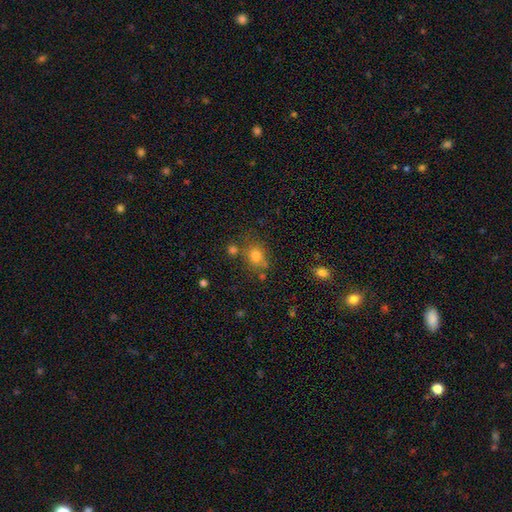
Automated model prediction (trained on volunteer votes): Smooth or featured: smooth — 76% (star or artifact — 16%)
How rounded: round — 67% (in between — 32%)
Merging: none — 66% (minor disturbance — 15%)